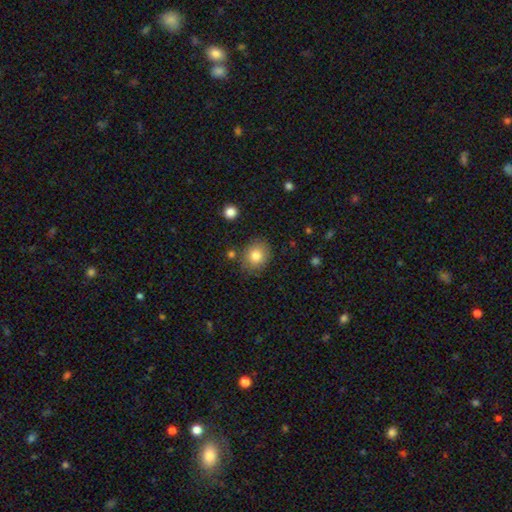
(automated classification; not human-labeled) A smooth galaxy with no disk features (81%) that is round (69%).

Vote fractions:
- Smooth or featured? smooth: 81% / featured or disk: 10% / star or artifact: 9%
- How rounded? round: 69% / in between: 30% / cigar-shaped: 1%
- Merging? none: 79% / minor disturbance: 14% / major disturbance: 4% / merger: 4%